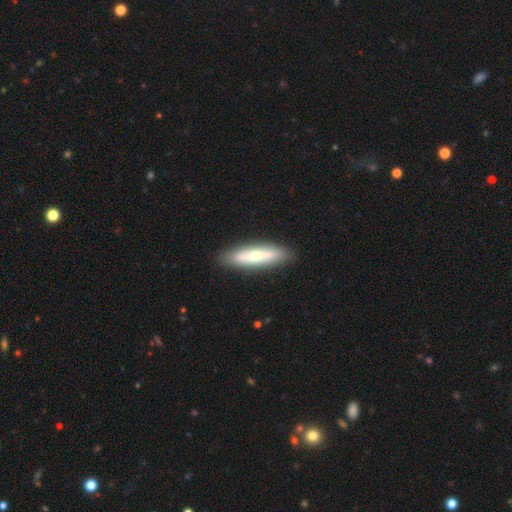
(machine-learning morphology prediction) Smooth or featured?
  - smooth: 51% *
  - featured or disk: 43%
  - star or artifact: 6%
How rounded?
  - cigar-shaped: 61% *
  - in between: 37%
  - round: 2%
Merging?
  - none: 87% *
  - minor disturbance: 9%
  - major disturbance: 2%
  - merger: 1%